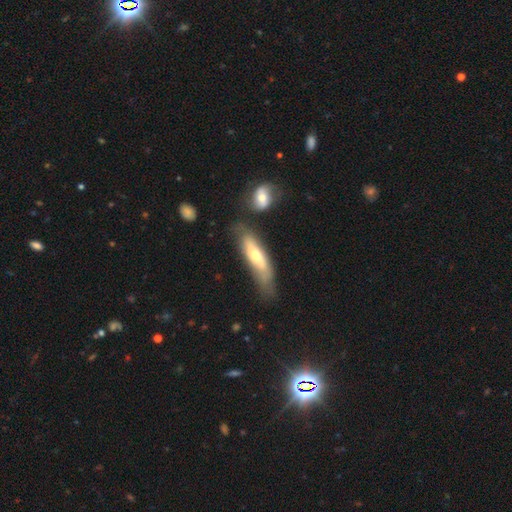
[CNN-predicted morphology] Smooth or featured? Predicted: smooth (p=0.51). How rounded? Predicted: cigar-shaped (p=0.63). Merging? Predicted: none (p=0.56).